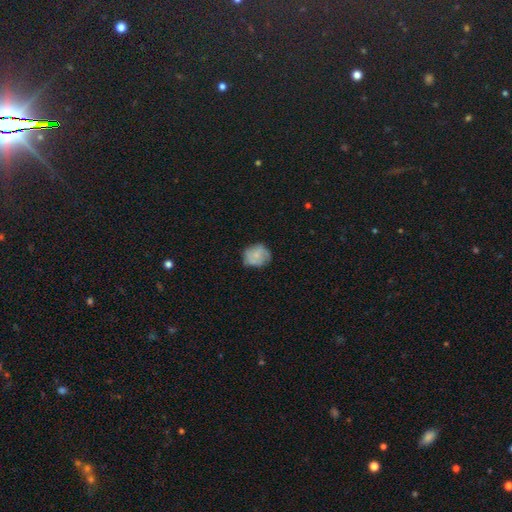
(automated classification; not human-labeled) smooth 67%, featured or disk 24%, star or artifact 9%. Down the decision tree: how rounded — round (73%); merging — none (69%).